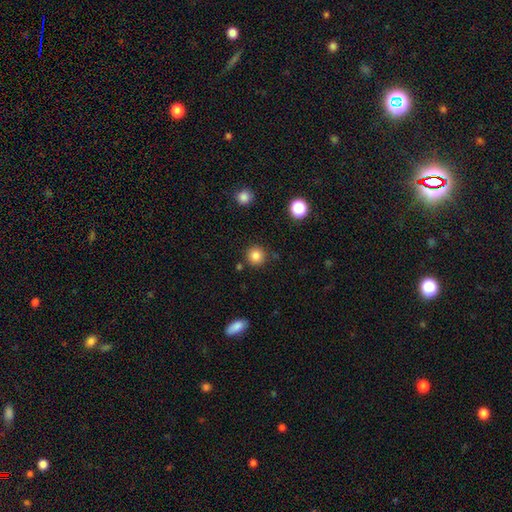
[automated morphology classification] smooth-or-featured: smooth: 84% | star or artifact: 11% | featured or disk: 5%
  how-rounded: round: 93% | in between: 6% | cigar-shaped: 1%
  merging: none: 86% | minor disturbance: 8% | merger: 4% | major disturbance: 3%